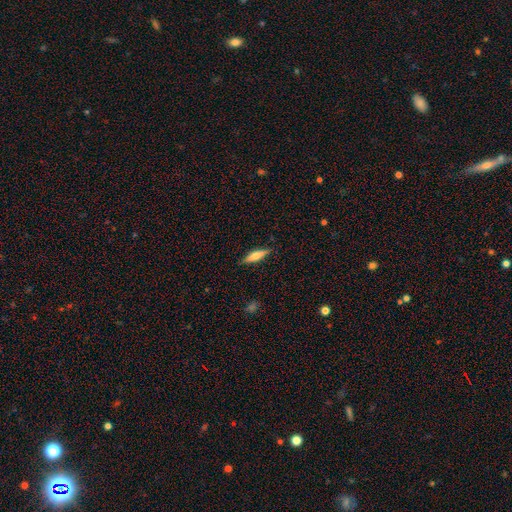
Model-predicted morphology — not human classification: Smooth or featured? Predicted: smooth (p=0.53). How rounded? Predicted: cigar-shaped (p=0.71). Merging? Predicted: none (p=0.87).